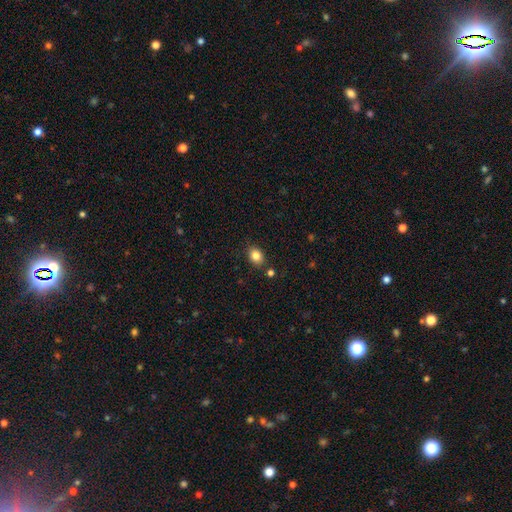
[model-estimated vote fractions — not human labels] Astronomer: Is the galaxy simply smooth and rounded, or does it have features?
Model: smooth — 83%.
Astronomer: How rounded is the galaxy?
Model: in between — 63%.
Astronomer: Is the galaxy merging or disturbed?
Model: none — 83%.